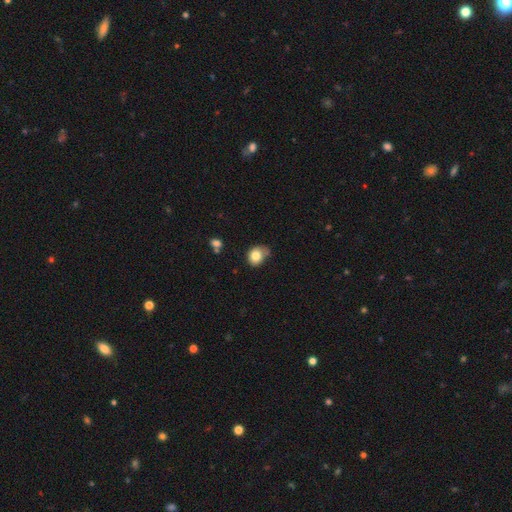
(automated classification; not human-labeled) This appears to be a smooth galaxy with no disk features (80%) that is round (55%). Merging: none (52%).